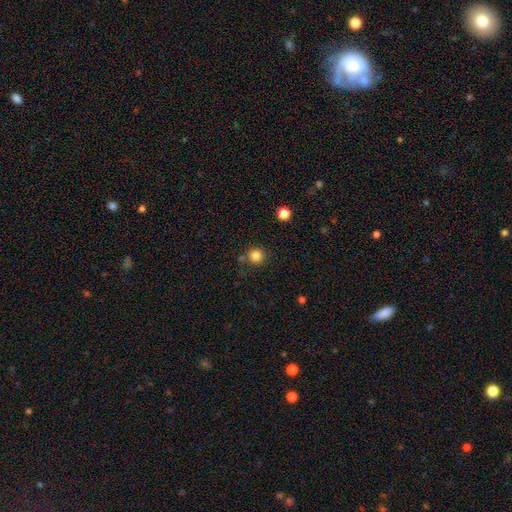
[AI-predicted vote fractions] Smooth or featured? Predicted: smooth (p=0.84). How rounded? Predicted: round (p=0.94). Merging? Predicted: none (p=0.82).